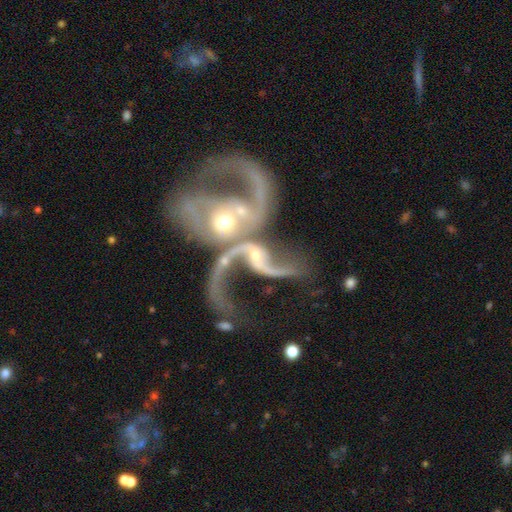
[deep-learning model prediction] Morphology: type=featured or disk (84%); edge-on=no (97%); bar=no (59%); spiral arms=yes (86%); winding=loose (77%); arm count=2 (61%); bulge=small (43%); merging=merger (70%).